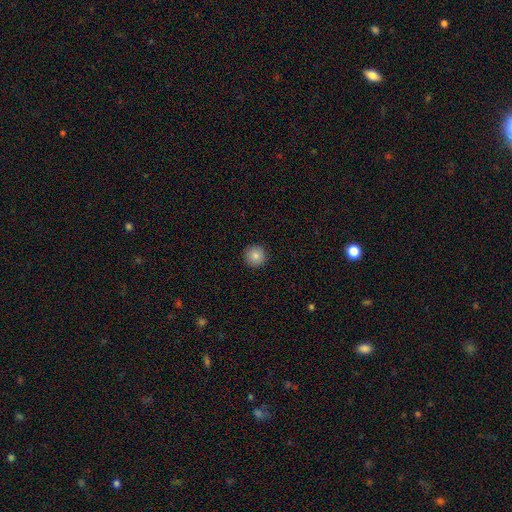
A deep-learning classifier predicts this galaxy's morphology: Smooth or featured: smooth — 84% (star or artifact — 9%)
How rounded: round — 96% (in between — 3%)
Merging: none — 93% (minor disturbance — 5%)